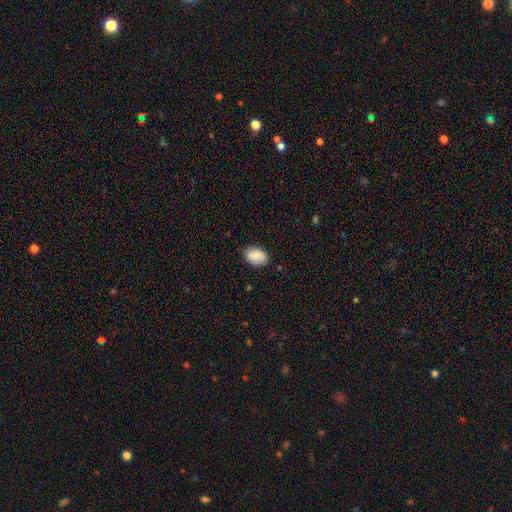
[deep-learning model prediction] smooth_or_featured: smooth (p=0.83) [alt: featured or disk p=0.10]
how_rounded: in between (p=0.81) [alt: round p=0.18]
merging: none (p=0.77) [alt: minor disturbance p=0.18]